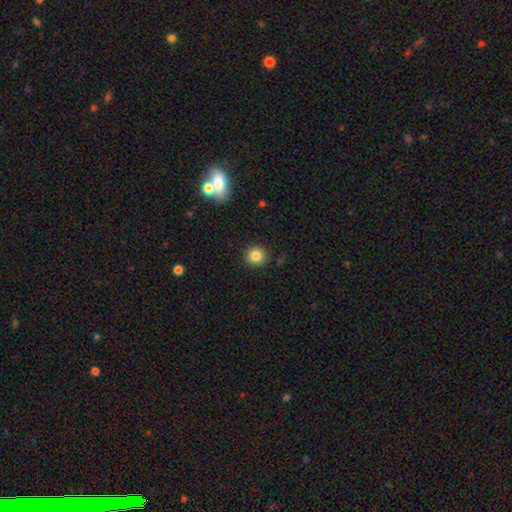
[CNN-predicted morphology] A smooth galaxy with no disk features (83%) that is round (92%). Merging: none (91%).